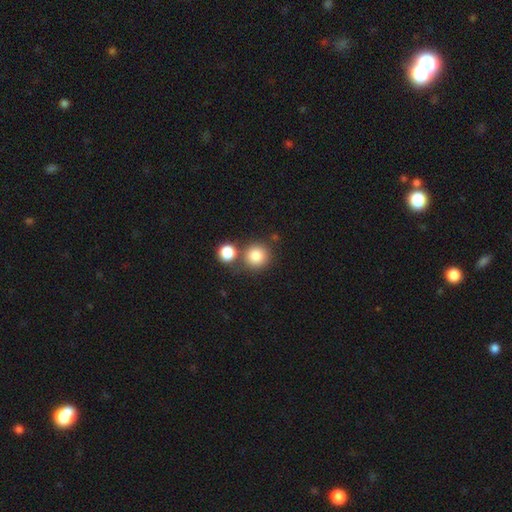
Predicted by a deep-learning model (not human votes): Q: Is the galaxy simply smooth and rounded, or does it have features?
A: smooth — 83%.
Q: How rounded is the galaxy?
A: round — 92%.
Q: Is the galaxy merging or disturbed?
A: none — 67%.